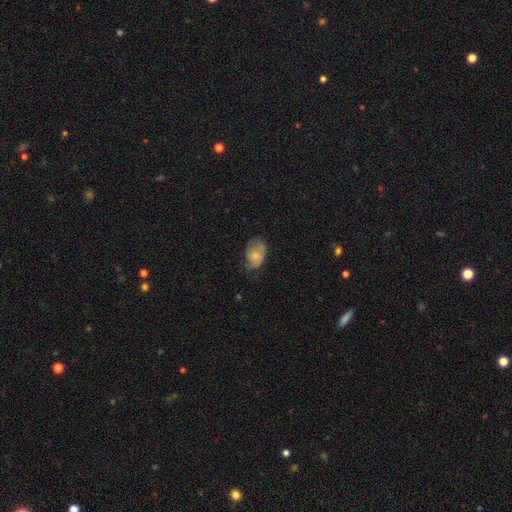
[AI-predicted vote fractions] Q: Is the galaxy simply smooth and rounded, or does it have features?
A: smooth — 62%.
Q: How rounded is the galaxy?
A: in between — 82%.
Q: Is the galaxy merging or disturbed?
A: none — 45%.